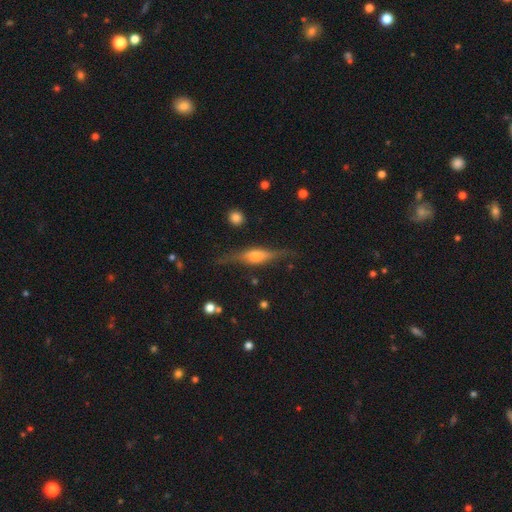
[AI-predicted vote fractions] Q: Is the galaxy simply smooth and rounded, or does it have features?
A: featured or disk — 73%.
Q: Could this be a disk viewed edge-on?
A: yes — 95%.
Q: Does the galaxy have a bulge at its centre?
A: rounded — 82%.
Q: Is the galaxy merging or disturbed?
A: none — 79%.